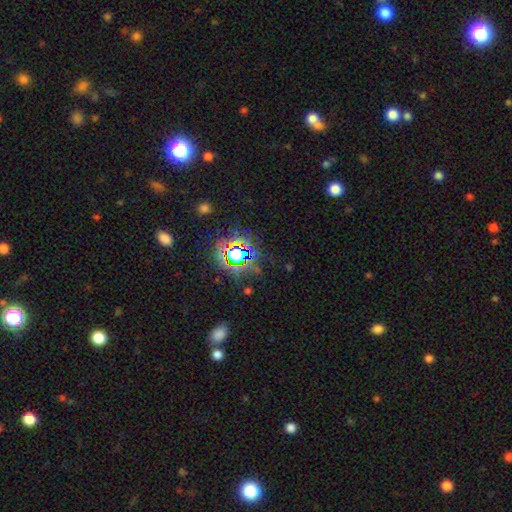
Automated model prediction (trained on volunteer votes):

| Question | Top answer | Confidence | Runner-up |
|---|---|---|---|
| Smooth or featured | star or artifact | 77% | smooth (15%) |